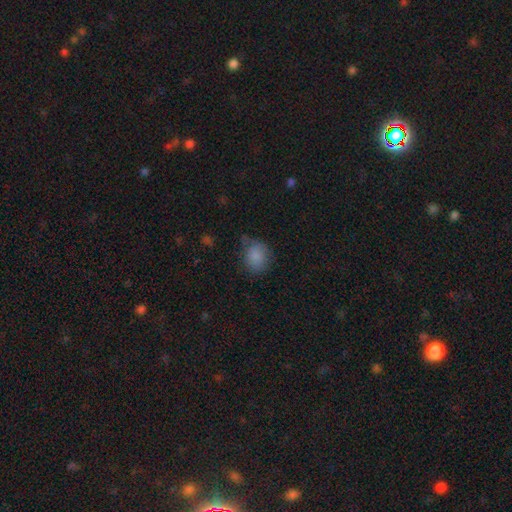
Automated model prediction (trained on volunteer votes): smooth 84%, star or artifact 9%, featured or disk 6%. Down the decision tree: how rounded — round (64%); merging — none (59%).